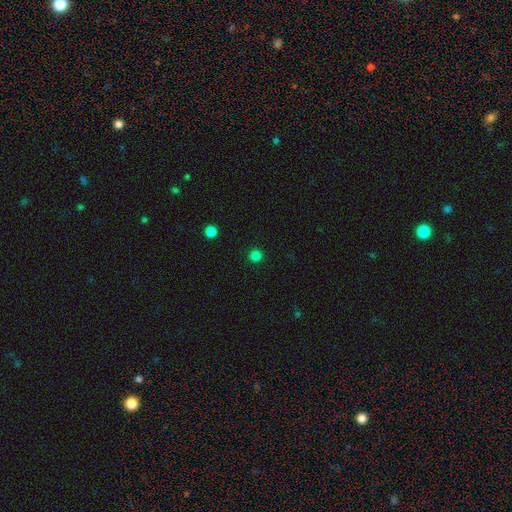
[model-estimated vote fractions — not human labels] A smooth galaxy with no disk features (81%) that is round (96%).

Vote fractions:
- Smooth or featured? smooth: 81% / star or artifact: 16% / featured or disk: 3%
- How rounded? round: 96% / in between: 3% / cigar-shaped: 1%
- Merging? none: 93% / minor disturbance: 5% / major disturbance: 2% / merger: 1%